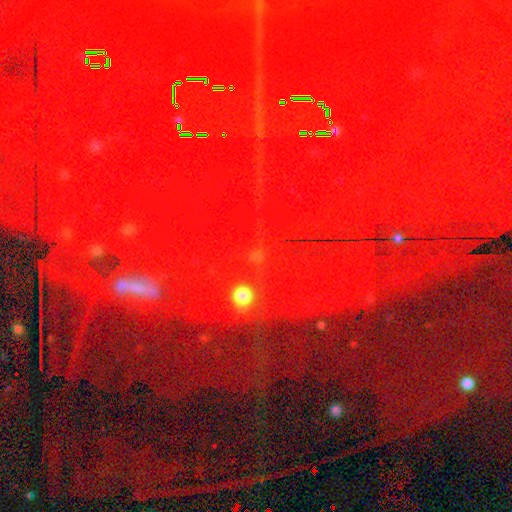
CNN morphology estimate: The model was most divided on "smooth or featured": star or artifact: 83%, featured or disk: 9%, smooth: 8%.